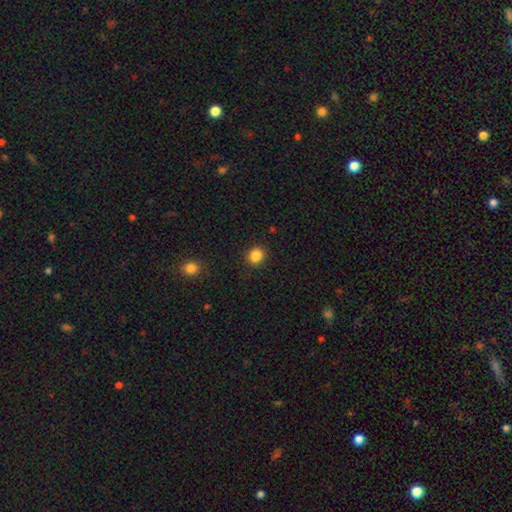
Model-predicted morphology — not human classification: smooth-or-featured: smooth: 86% | star or artifact: 11% | featured or disk: 4%
  how-rounded: round: 78% | in between: 21% | cigar-shaped: 1%
  merging: none: 91% | minor disturbance: 6% | major disturbance: 2% | merger: 1%